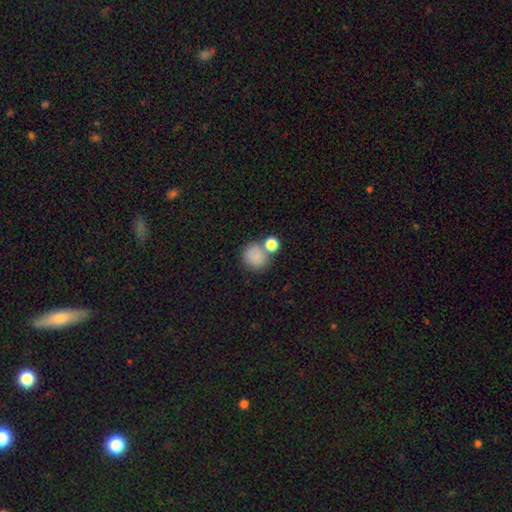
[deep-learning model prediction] This is clearly a smooth galaxy (82%). How rounded: clearly round (89%). Merging: likely none (61%).